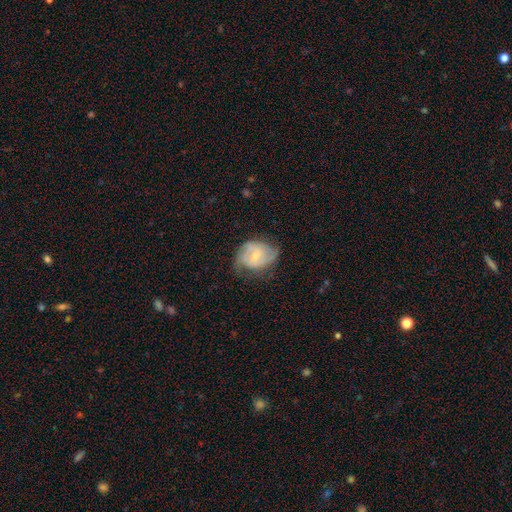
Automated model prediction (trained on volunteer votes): smooth-or-featured: featured or disk: 62% | smooth: 32% | star or artifact: 6%
  disk-edge-on: no: 97% | yes: 3%
    bar: no: 48% | weak: 44% | strong: 8%
    has-spiral-arms: yes: 84% | no: 16%
      spiral-winding: medium: 44% | tight: 36% | loose: 20%
      spiral-arm-count: 2: 64% | can't tell: 21% | 3: 6% | 1: 5% | 4: 2% | more than 4: 2%
    bulge-size: small: 52% | moderate: 39% | none: 6% | large: 2% | dominant: 1%
  merging: none: 52% | minor disturbance: 32% | major disturbance: 14% | merger: 1%